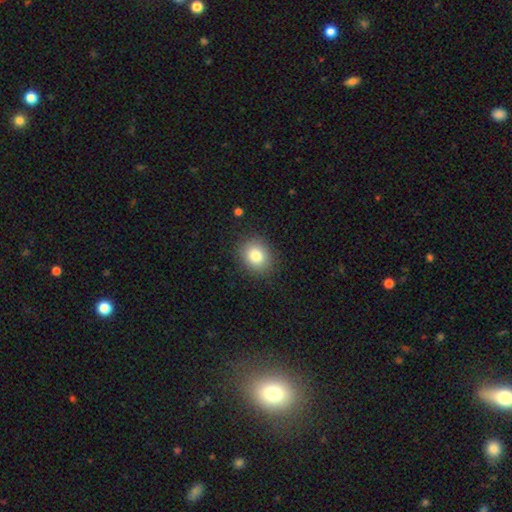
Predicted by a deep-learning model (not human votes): Smooth or featured? Predicted: smooth (p=0.81). How rounded? Predicted: round (p=0.68). Merging? Predicted: none (p=0.88).